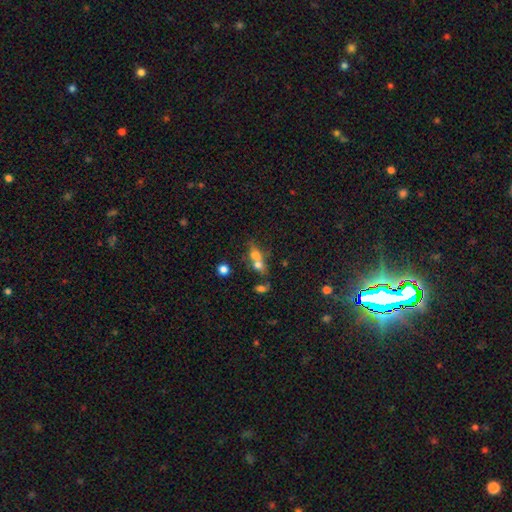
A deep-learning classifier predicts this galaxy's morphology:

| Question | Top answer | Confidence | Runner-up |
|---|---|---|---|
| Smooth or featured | smooth | 63% | featured or disk (22%) |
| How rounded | in between | 58% | round (30%) |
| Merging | merger | 58% | none (25%) |